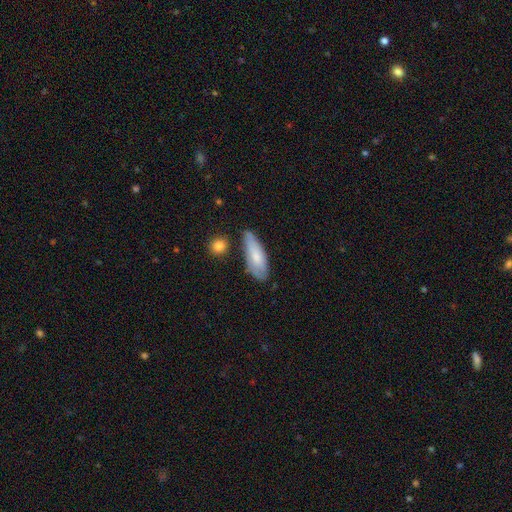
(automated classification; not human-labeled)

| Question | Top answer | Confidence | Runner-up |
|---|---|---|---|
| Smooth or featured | smooth | 68% | featured or disk (26%) |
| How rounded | in between | 69% | cigar-shaped (29%) |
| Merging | none | 60% | minor disturbance (29%) |